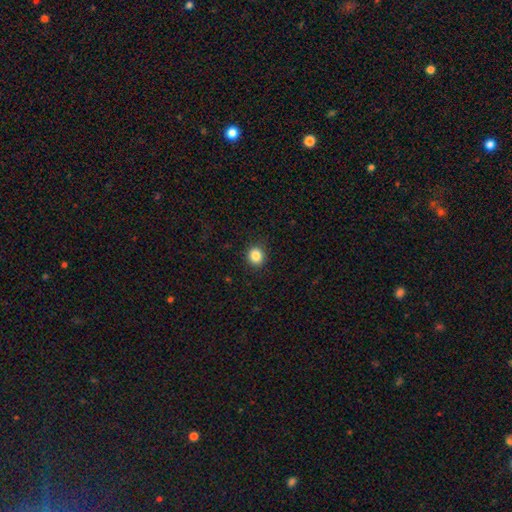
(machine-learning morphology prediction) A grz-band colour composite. It shows a smooth galaxy with no disk features (85%) that is round (85%). Merging: none (90%).